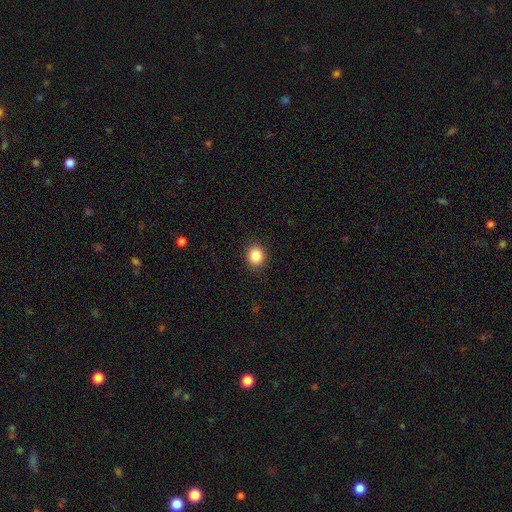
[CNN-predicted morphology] Overall: smooth (88%). How rounded: round (77%). Merging: none (90%).